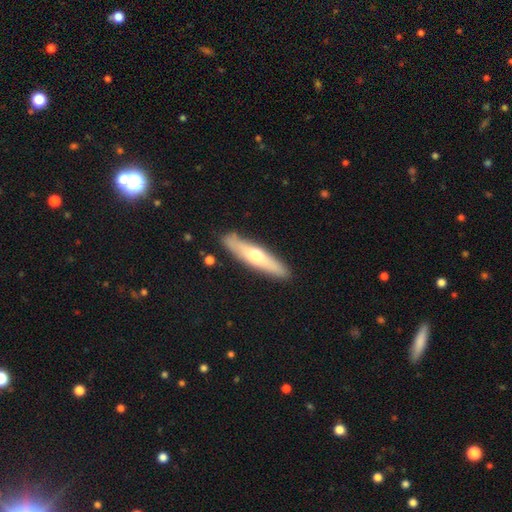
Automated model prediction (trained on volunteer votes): This appears to be a smooth galaxy with no disk features (48%). Merging: none (88%).